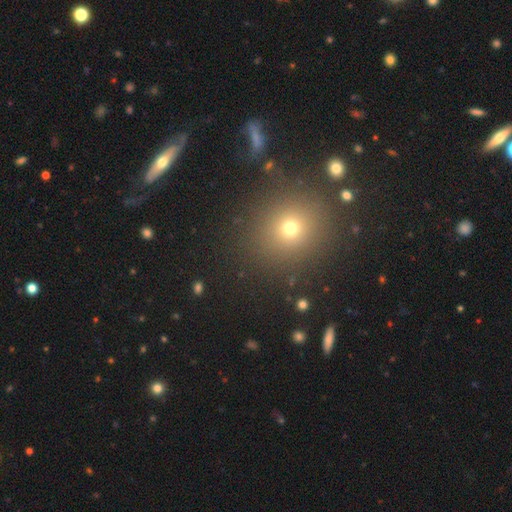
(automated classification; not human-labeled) smooth 56%, star or artifact 33%, featured or disk 11%. Down the decision tree: how rounded — round (87%); merging — none (89%).